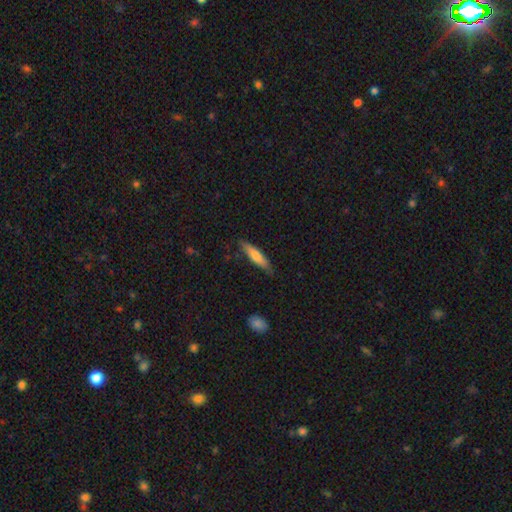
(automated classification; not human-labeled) Smooth or featured? smooth (71%)
How rounded? cigar-shaped (80%)
Merging? none (80%)